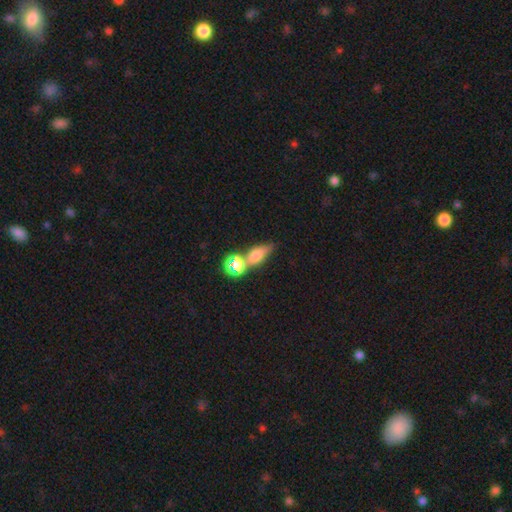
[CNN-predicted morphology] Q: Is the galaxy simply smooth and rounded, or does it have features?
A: smooth — 62%.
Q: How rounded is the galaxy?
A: in between — 57%.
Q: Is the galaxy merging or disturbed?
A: none — 46%.